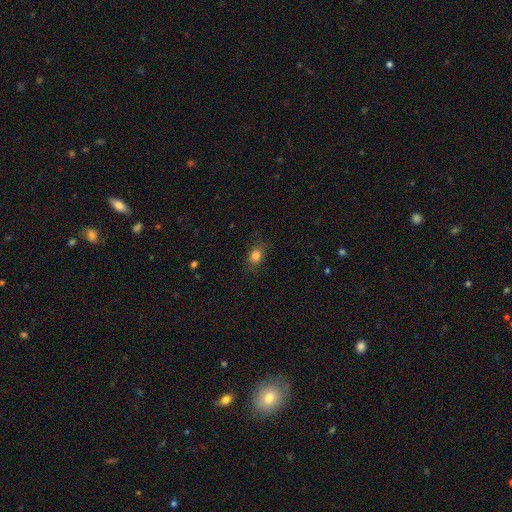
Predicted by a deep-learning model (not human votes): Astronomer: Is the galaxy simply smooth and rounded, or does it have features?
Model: smooth — 82%.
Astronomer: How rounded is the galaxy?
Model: in between — 62%.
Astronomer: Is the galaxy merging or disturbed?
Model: none — 80%.